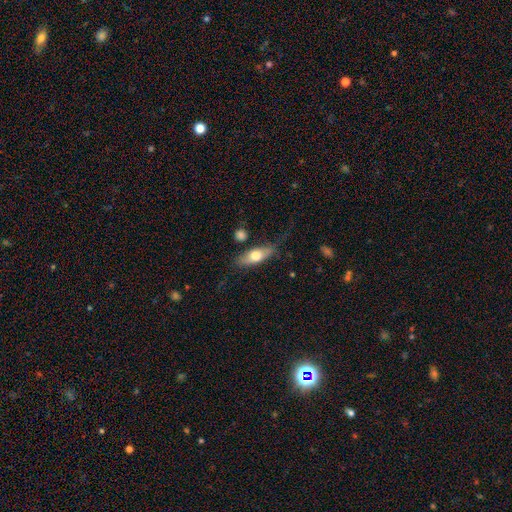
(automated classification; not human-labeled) smooth_or_featured: smooth (p=0.62) [alt: featured or disk p=0.32]
how_rounded: in between (p=0.65) [alt: cigar-shaped p=0.32]
merging: none (p=0.68) [alt: minor disturbance p=0.21]